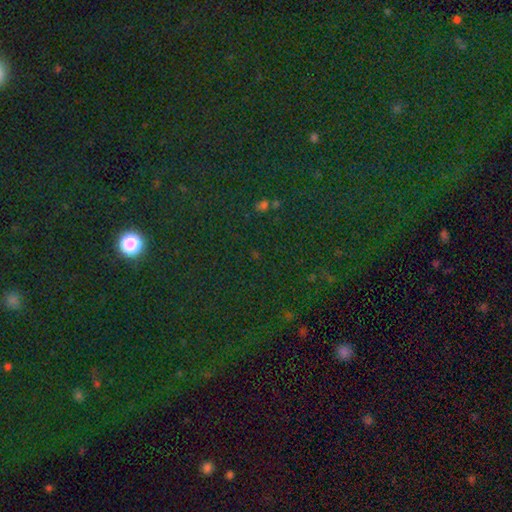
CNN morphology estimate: smooth-or-featured: star or artifact: 76% | smooth: 16% | featured or disk: 8%